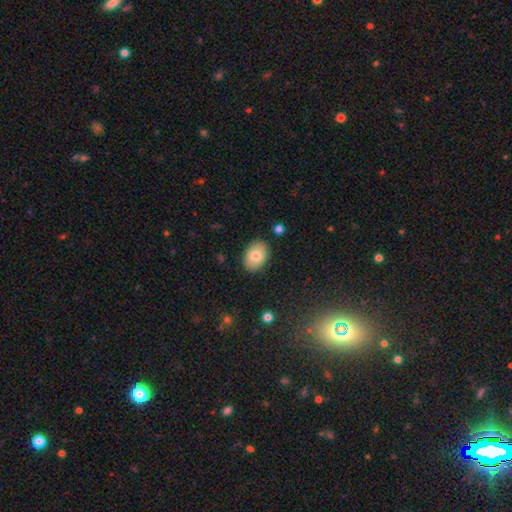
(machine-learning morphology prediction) Smooth or featured?
  - smooth: 79% *
  - featured or disk: 14%
  - star or artifact: 7%
How rounded?
  - in between: 82% *
  - round: 17%
  - cigar-shaped: 1%
Merging?
  - none: 88% *
  - minor disturbance: 9%
  - major disturbance: 2%
  - merger: 1%